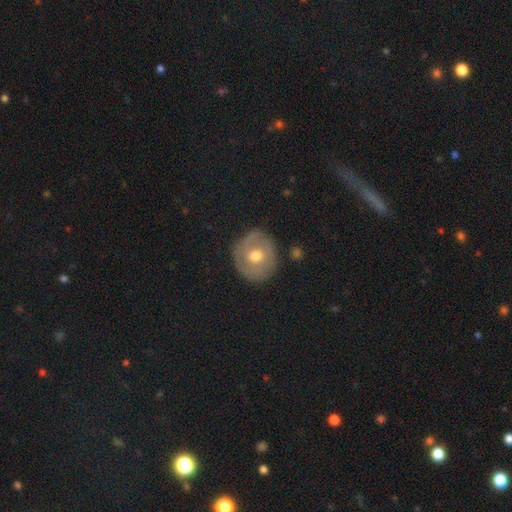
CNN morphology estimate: Smooth or featured? Predicted: featured or disk (p=0.51). Edge-on disk? Predicted: no (p=0.95). Merging? Predicted: none (p=0.80).